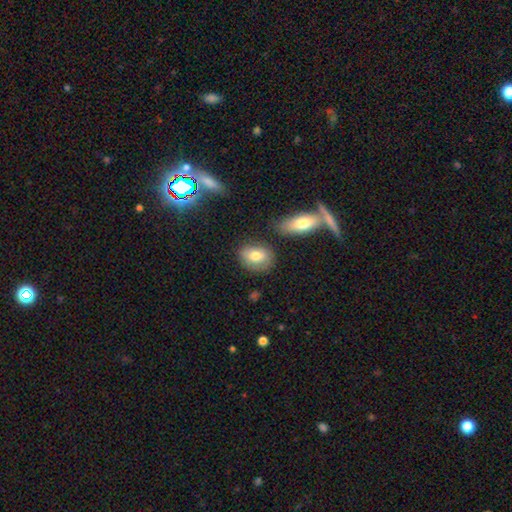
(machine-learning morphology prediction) This appears to be a smooth galaxy with no disk features (74%) that is in between round and cigar-shaped (64%). Merging: none (71%).